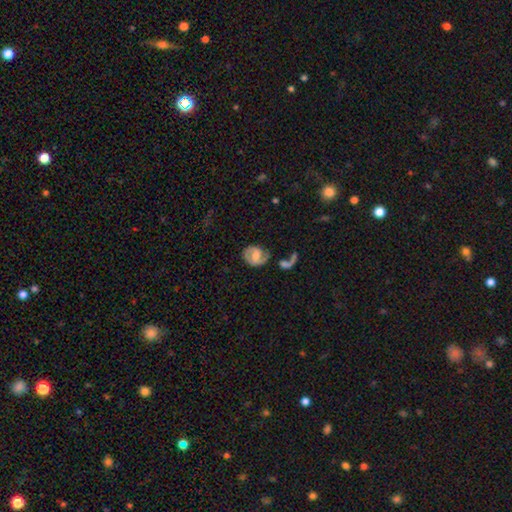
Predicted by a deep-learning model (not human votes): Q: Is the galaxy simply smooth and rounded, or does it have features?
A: featured or disk — 72%.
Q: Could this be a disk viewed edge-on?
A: no — 97%.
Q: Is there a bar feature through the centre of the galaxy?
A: weak — 50%.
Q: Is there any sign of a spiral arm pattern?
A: yes — 87%.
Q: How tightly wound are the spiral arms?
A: medium — 44%.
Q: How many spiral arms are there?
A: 2 — 74%.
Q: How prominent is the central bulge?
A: moderate — 53%.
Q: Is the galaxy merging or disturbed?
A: none — 51%.